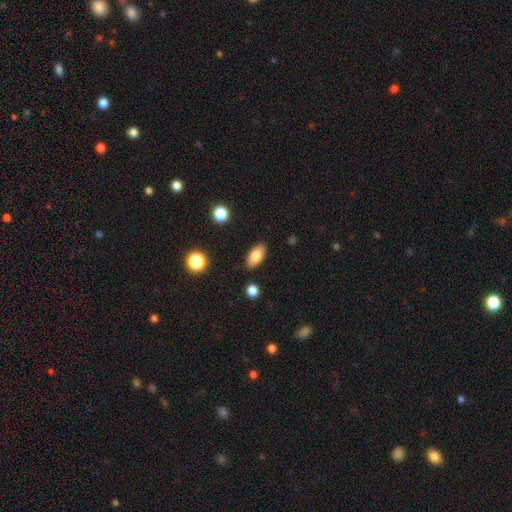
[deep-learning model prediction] smooth 80%, featured or disk 12%, star or artifact 8%. Down the decision tree: how rounded — in between (89%); merging — none (86%).